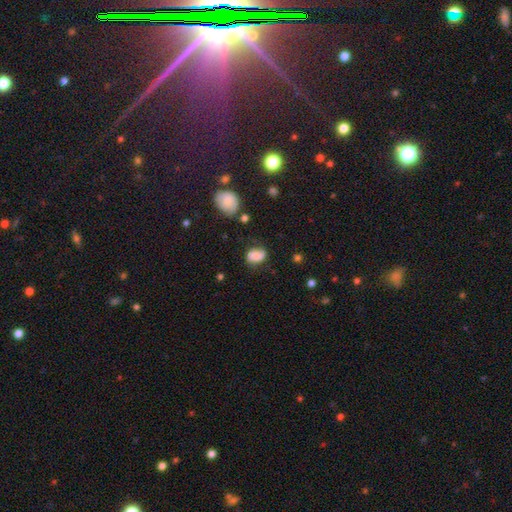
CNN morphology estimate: smooth-or-featured: smooth: 70% | featured or disk: 20% | star or artifact: 10%
  how-rounded: in between: 74% | round: 25% | cigar-shaped: 2%
  merging: none: 57% | minor disturbance: 28% | major disturbance: 10% | merger: 4%